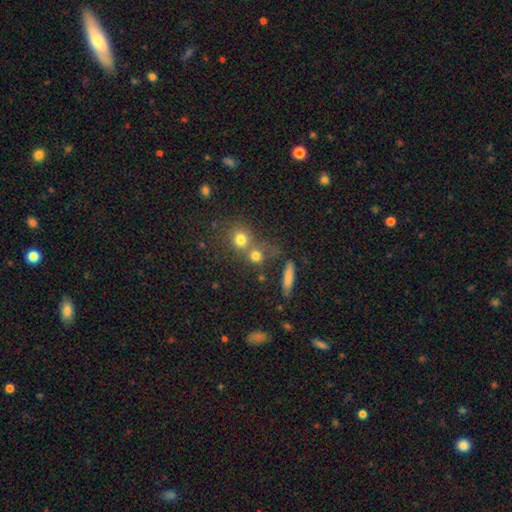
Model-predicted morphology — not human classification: smooth_or_featured: smooth (p=0.75) [alt: star or artifact p=0.14]
how_rounded: round (p=0.82) [alt: in between p=0.14]
merging: none (p=0.48) [alt: merger p=0.40]